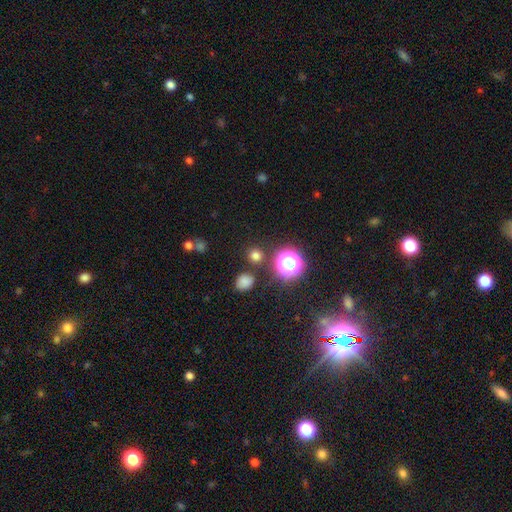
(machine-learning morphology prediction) This is likely a smooth galaxy (72%). How rounded: clearly round (90%). Merging: clearly none (84%).